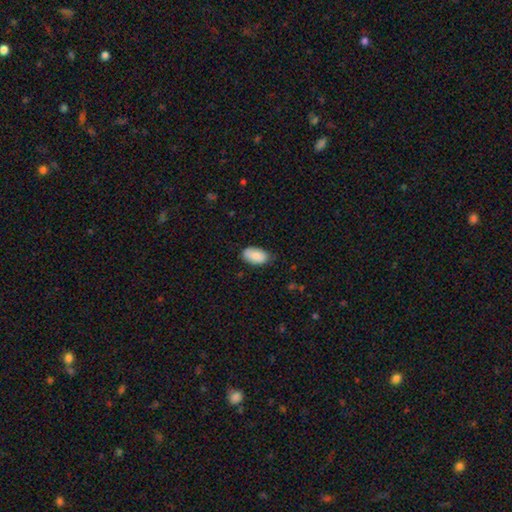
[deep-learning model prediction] This appears to be a smooth galaxy with no disk features (88%) that is in between round and cigar-shaped (94%). Merging: none (75%).